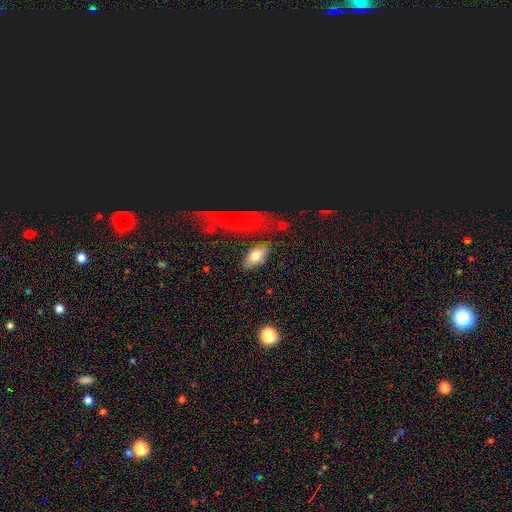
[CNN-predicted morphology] A smooth galaxy with no disk features (73%) that is in between round and cigar-shaped (89%).

Vote fractions:
- Smooth or featured? smooth: 73% / featured or disk: 19% / star or artifact: 8%
- How rounded? in between: 89% / cigar-shaped: 6% / round: 5%
- Merging? none: 73% / minor disturbance: 16% / merger: 6% / major disturbance: 5%